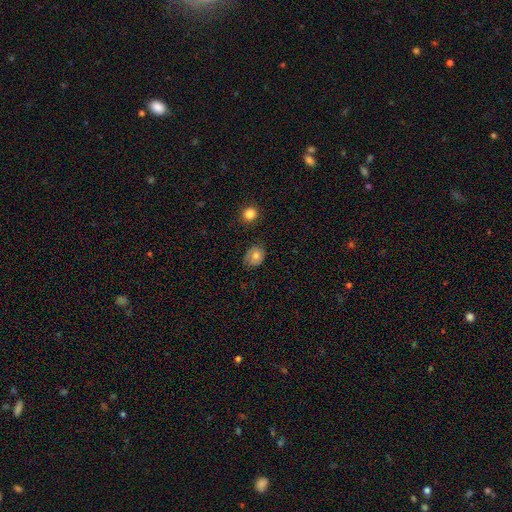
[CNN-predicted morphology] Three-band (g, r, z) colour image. It shows a smooth galaxy with no disk features (76%) that is round (56%). Merging: none (69%).